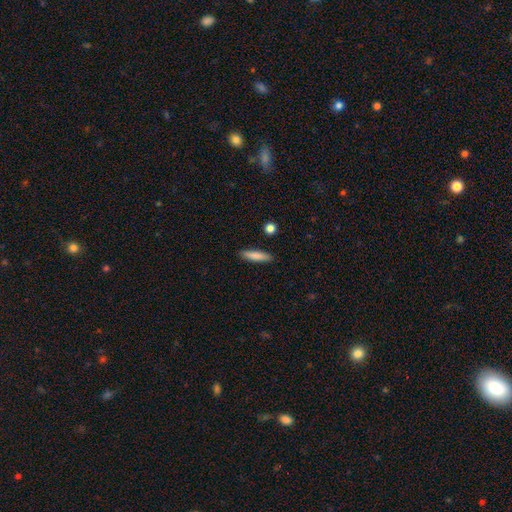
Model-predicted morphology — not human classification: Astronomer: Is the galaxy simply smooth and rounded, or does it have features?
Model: smooth — 82%.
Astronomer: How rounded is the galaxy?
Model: cigar-shaped — 81%.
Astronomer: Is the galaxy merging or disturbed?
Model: none — 88%.